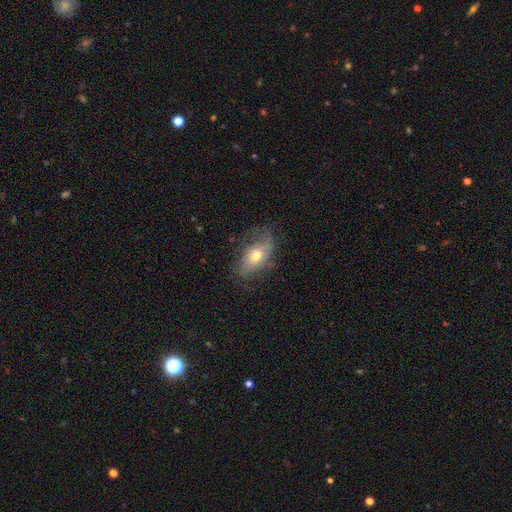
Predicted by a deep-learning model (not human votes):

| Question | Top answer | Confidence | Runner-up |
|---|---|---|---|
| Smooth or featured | smooth | 50% | featured or disk (41%) |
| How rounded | in between | 86% | round (10%) |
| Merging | none | 56% | minor disturbance (27%) |